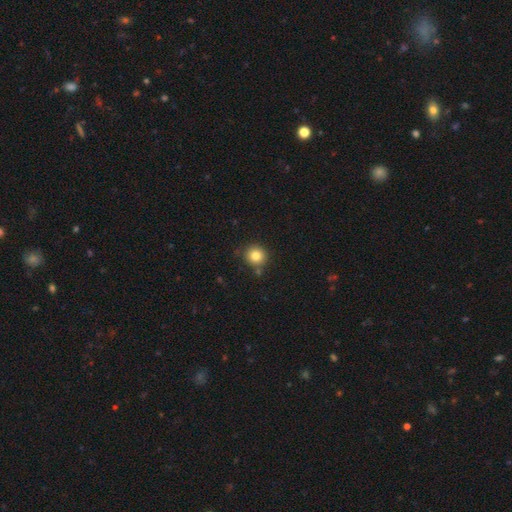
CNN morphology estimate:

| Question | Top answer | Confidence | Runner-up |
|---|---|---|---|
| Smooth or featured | smooth | 83% | star or artifact (11%) |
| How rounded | round | 90% | in between (9%) |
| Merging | none | 80% | minor disturbance (12%) |